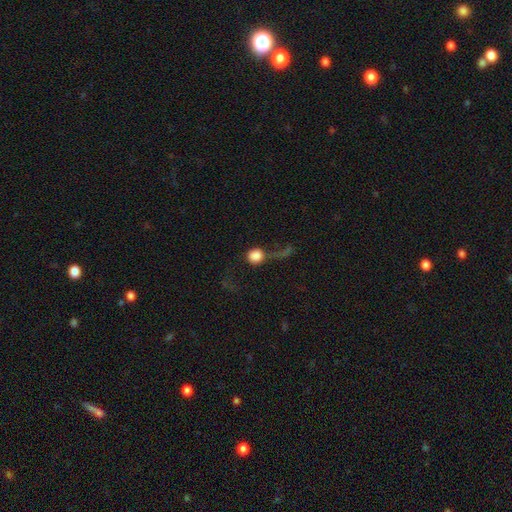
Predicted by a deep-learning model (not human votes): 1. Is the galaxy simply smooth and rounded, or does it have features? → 76% smooth, 14% featured or disk, 10% star or artifact.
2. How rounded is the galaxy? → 89% round, 9% in between, 2% cigar-shaped.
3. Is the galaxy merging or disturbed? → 39% major disturbance, 34% none, 15% minor disturbance, 12% merger.